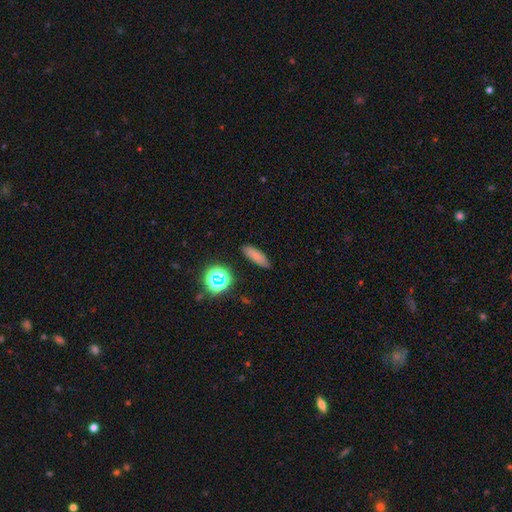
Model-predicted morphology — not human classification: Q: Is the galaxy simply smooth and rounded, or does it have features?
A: smooth — 76%.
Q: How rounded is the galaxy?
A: cigar-shaped — 48%.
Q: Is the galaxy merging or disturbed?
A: none — 84%.